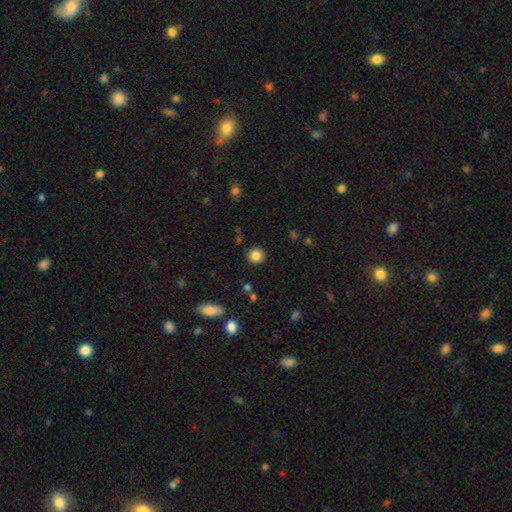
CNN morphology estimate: Smooth or featured: smooth — 84% (star or artifact — 11%)
How rounded: round — 92% (in between — 7%)
Merging: none — 90% (minor disturbance — 6%)